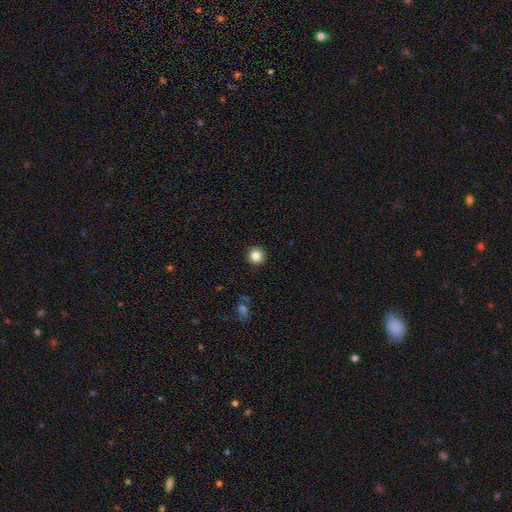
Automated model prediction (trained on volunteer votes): smooth-or-featured: smooth: 85% | star or artifact: 11% | featured or disk: 4%
  how-rounded: round: 95% | in between: 4% | cigar-shaped: 1%
  merging: none: 93% | minor disturbance: 5% | major disturbance: 2% | merger: 1%